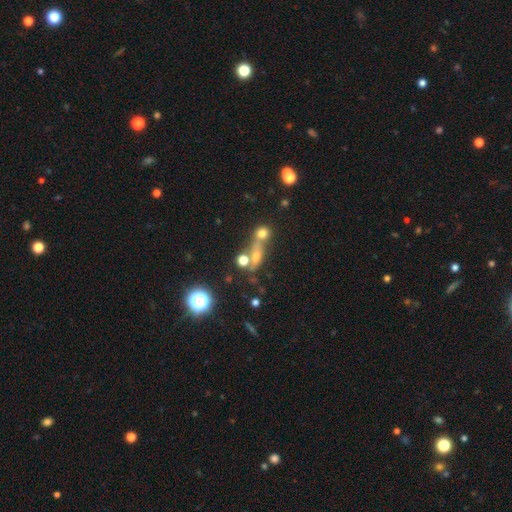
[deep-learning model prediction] This is marginally a smooth galaxy (44%). Merging: possibly merger (47%).